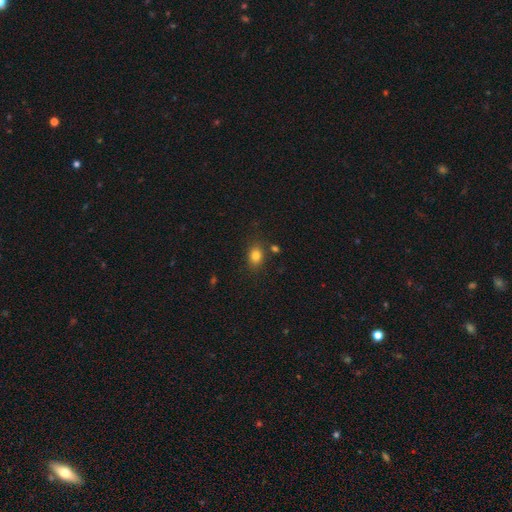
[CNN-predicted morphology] smooth-or-featured: smooth: 81% | star or artifact: 12% | featured or disk: 8%
  how-rounded: in between: 64% | round: 35% | cigar-shaped: 1%
  merging: none: 80% | minor disturbance: 12% | merger: 5% | major disturbance: 3%